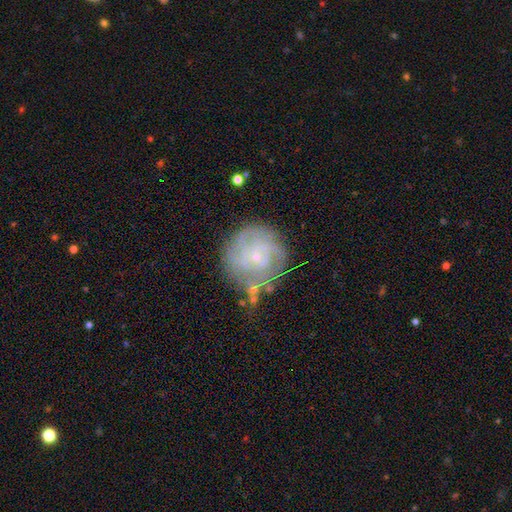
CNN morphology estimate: A featured or disk galaxy (74%) with no bar (76%), tight (69%) spiral arms (88%) and a small central bulge (79%). Merging: none (67%).